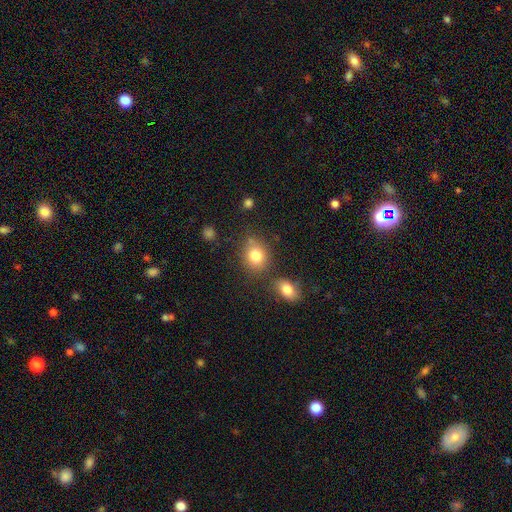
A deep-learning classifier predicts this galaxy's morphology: Smooth or featured: smooth — 81% (star or artifact — 10%)
How rounded: round — 61% (in between — 38%)
Merging: none — 68% (merger — 14%)